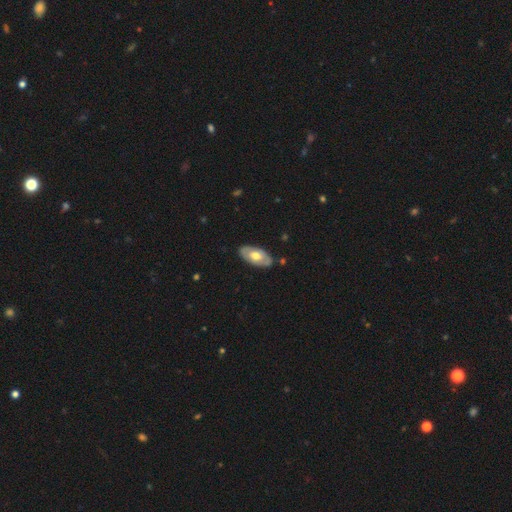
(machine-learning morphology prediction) This appears to be a smooth galaxy with no disk features (48%, tied with featured or disk). Merging: none (83%).